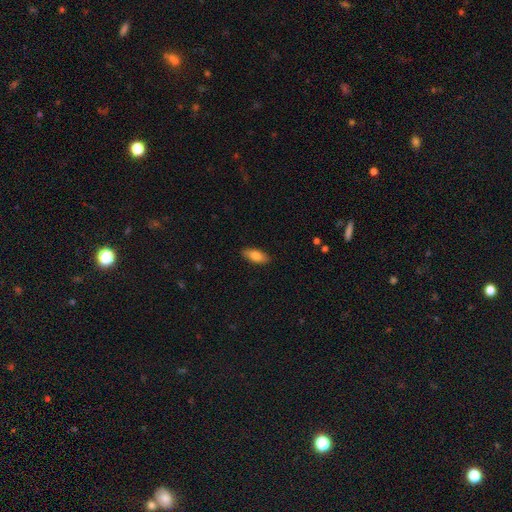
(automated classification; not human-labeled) smooth 82%, featured or disk 12%, star or artifact 6%. Down the decision tree: how rounded — in between (83%); merging — none (88%).